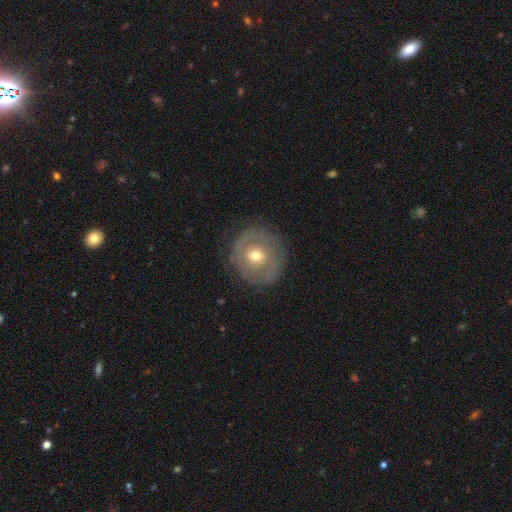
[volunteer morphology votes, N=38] Smooth or featured?
  - smooth: 63% *
  - featured or disk: 34%
  - star or artifact: 3%
How rounded?
  - round: 83% *
  - in between: 17%
  - cigar-shaped: 0%
Merging?
  - none: 81% *
  - minor disturbance: 16%
  - major disturbance: 3%
  - merger: 0%